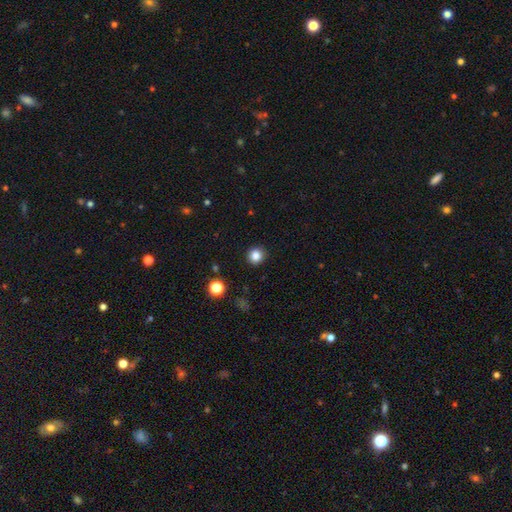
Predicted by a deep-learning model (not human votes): Smooth or featured? smooth (83%)
How rounded? round (92%)
Merging? none (92%)